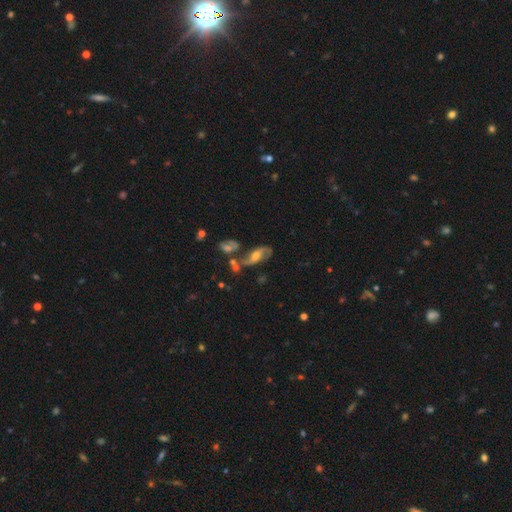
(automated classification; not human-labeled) A featured or disk galaxy (76%) with no bar (42%), 2 (88%) loose (48%) spiral arms (91%) and a moderate central bulge (54%). Merging: none (55%).